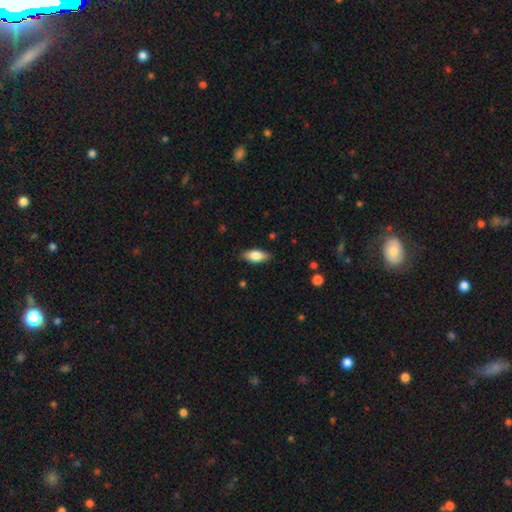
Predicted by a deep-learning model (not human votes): Morphology: type=smooth (78%); roundness=in between (84%); merging=none (85%).